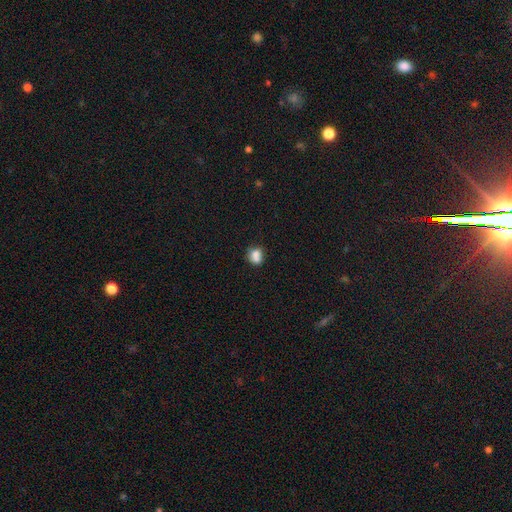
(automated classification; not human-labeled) A smooth galaxy with no disk features (77%) that is round (59%).

Vote fractions:
- Smooth or featured? smooth: 77% / featured or disk: 12% / star or artifact: 11%
- How rounded? round: 59% / in between: 40% / cigar-shaped: 1%
- Merging? none: 47% / merger: 25% / minor disturbance: 20% / major disturbance: 7%